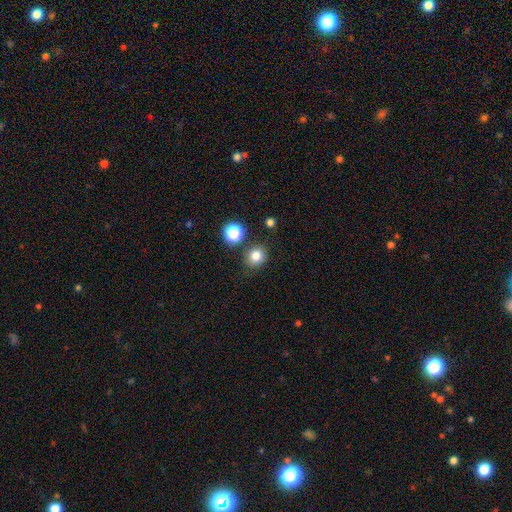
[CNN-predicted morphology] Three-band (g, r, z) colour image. It shows a smooth galaxy with no disk features (80%) that is round (74%). Merging: none (80%).